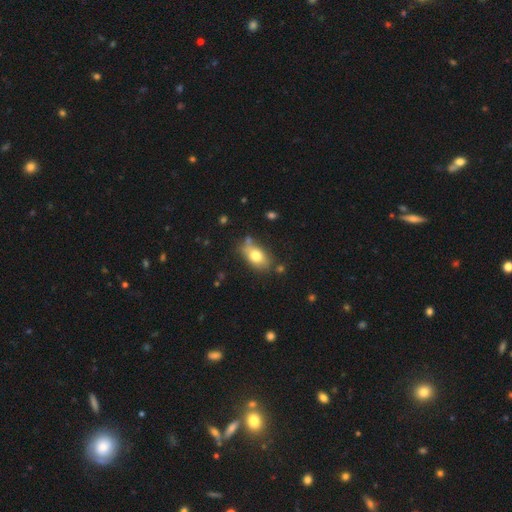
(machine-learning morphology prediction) A smooth galaxy with no disk features (74%) that is in between round and cigar-shaped (86%). Merging: none (68%).